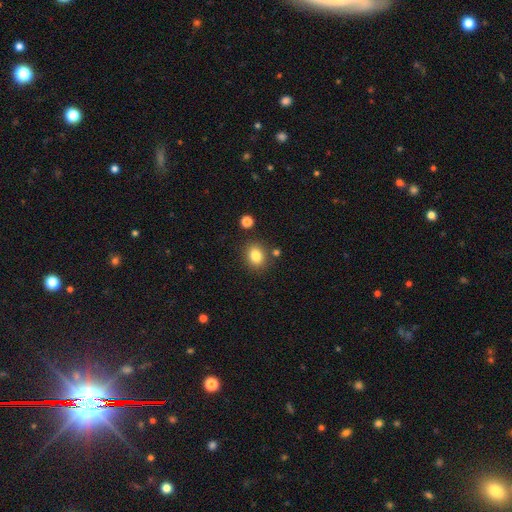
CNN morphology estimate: Overall: smooth (82%). How rounded: round (59%; in between 40%). Merging: none (82%).